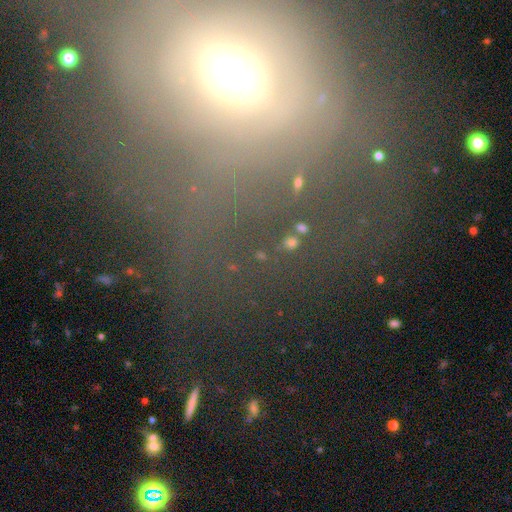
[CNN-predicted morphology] Overall: star or artifact (37%; smooth 35%).